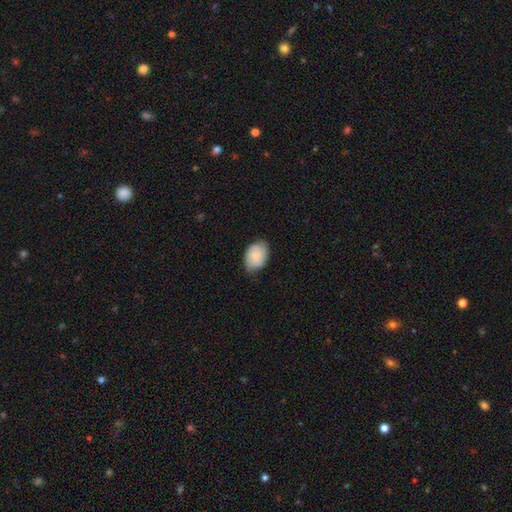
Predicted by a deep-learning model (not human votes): smooth_or_featured: smooth (p=0.76) [alt: featured or disk p=0.18]
how_rounded: in between (p=0.78) [alt: round p=0.21]
merging: none (p=0.66) [alt: minor disturbance p=0.29]